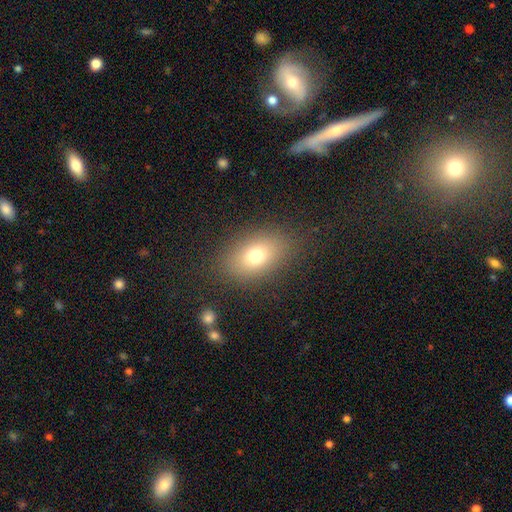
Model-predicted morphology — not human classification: smooth 74%, featured or disk 14%, star or artifact 12%. Down the decision tree: how rounded — in between (82%); merging — none (83%).